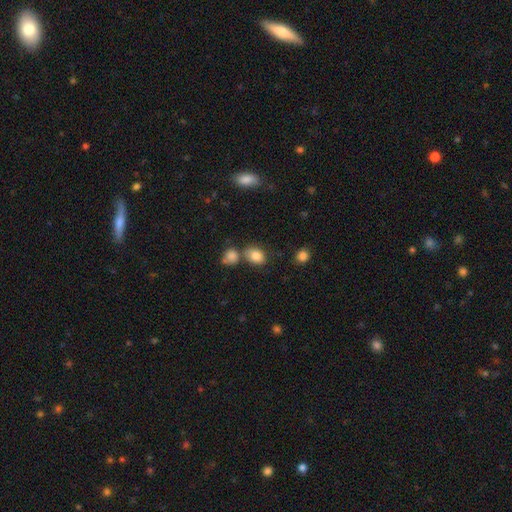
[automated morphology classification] The model was most divided on "how rounded": in between: 68%, round: 31%, cigar-shaped: 1%. More confident: smooth or featured — smooth (84%); merging — none (61%).